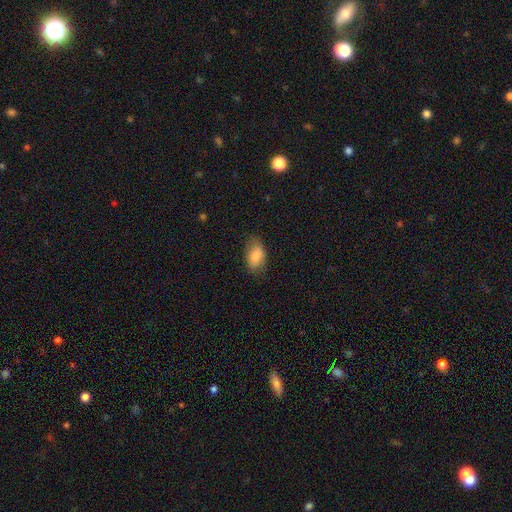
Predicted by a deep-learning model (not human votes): smooth 82%, featured or disk 11%, star or artifact 7%. Down the decision tree: how rounded — in between (91%); merging — none (75%).